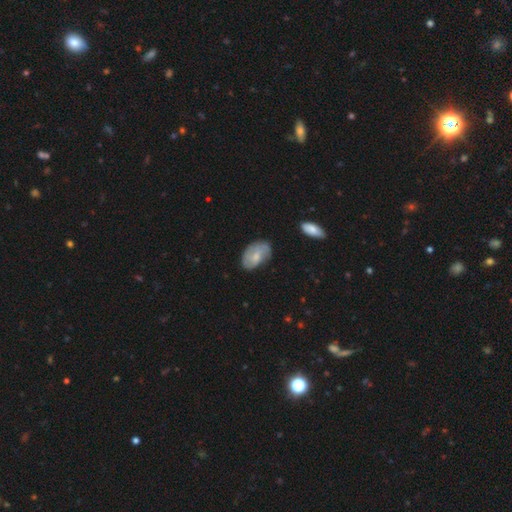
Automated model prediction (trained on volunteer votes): Smooth or featured? Predicted: smooth (p=0.49). Merging? Predicted: none (p=0.68).